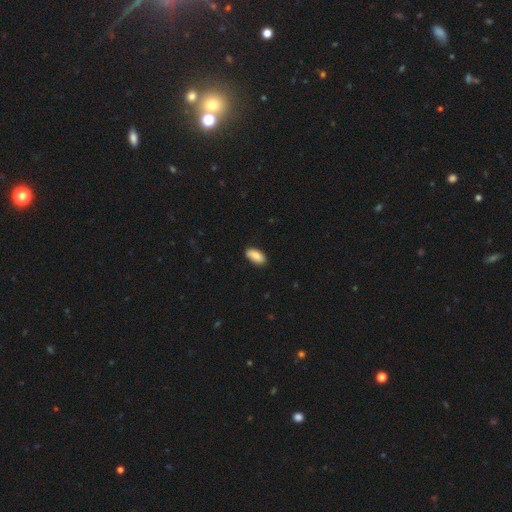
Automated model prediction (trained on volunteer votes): Smooth or featured?
  - smooth: 87% *
  - star or artifact: 6%
  - featured or disk: 6%
How rounded?
  - in between: 91% *
  - cigar-shaped: 6%
  - round: 2%
Merging?
  - none: 87% *
  - minor disturbance: 10%
  - major disturbance: 2%
  - merger: 1%